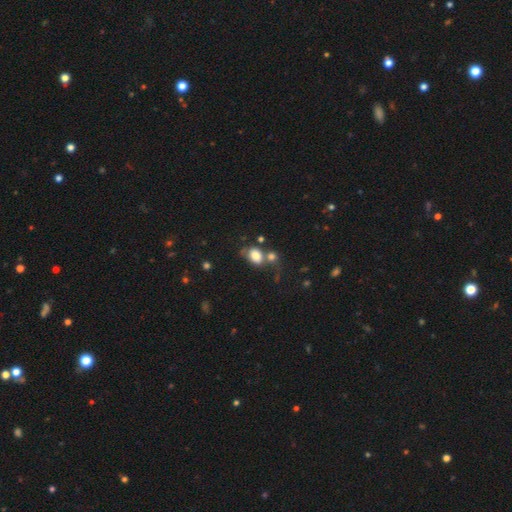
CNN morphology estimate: smooth 79%, featured or disk 11%, star or artifact 10%. Down the decision tree: how rounded — in between (68%); merging — none (43%).